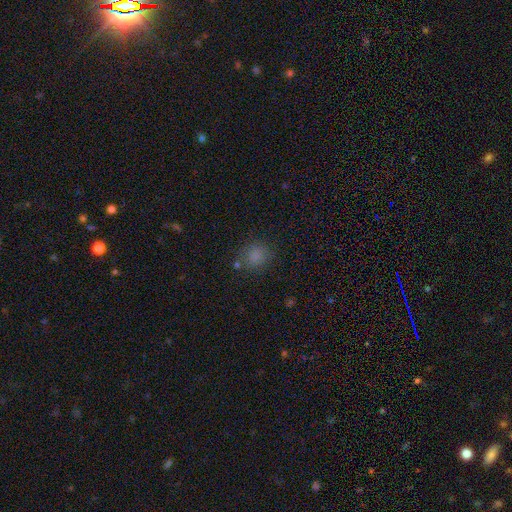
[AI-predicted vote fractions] The model was most divided on "how rounded": round: 79%, in between: 20%, cigar-shaped: 1%. More confident: smooth or featured — smooth (81%); merging — none (78%).